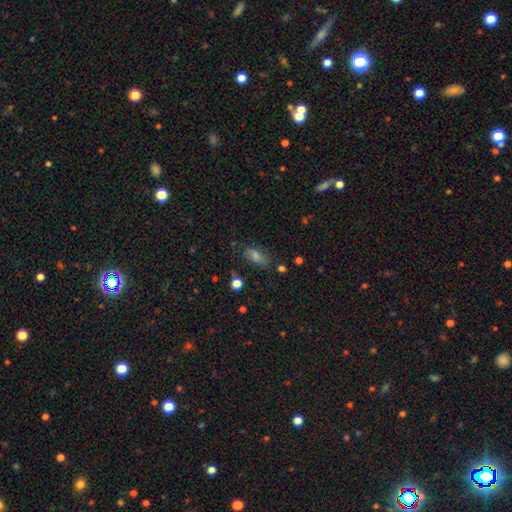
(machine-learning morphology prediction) smooth_or_featured: smooth (p=0.53) [alt: star or artifact p=0.24]
how_rounded: in between (p=0.79) [alt: round p=0.11]
merging: none (p=0.74) [alt: minor disturbance p=0.17]